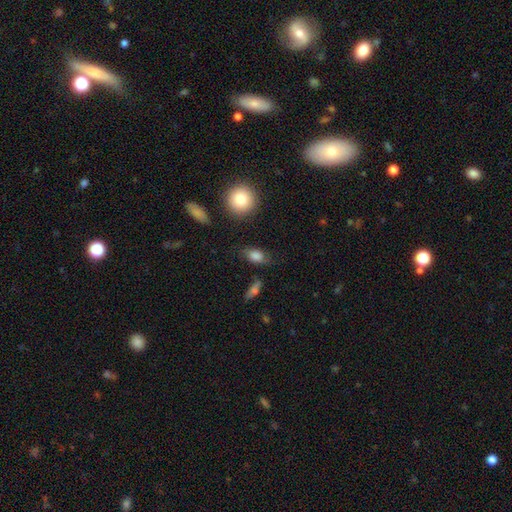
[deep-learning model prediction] A smooth galaxy with no disk features (80%) that is in between round and cigar-shaped (83%).

Vote fractions:
- Smooth or featured? smooth: 80% / featured or disk: 11% / star or artifact: 9%
- How rounded? in between: 83% / round: 13% / cigar-shaped: 4%
- Merging? none: 70% / minor disturbance: 21% / major disturbance: 6% / merger: 3%